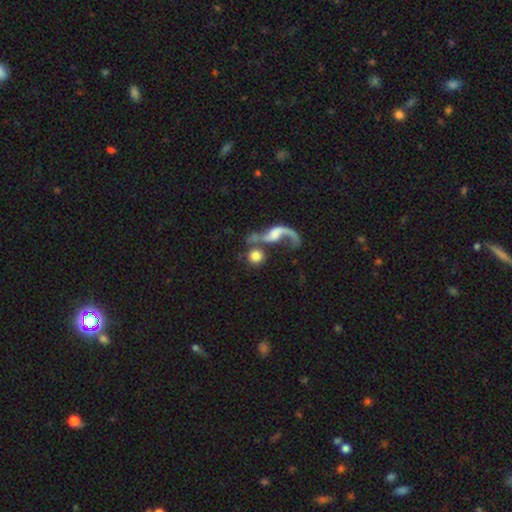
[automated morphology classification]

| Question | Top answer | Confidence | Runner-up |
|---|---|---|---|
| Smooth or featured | smooth | 65% | featured or disk (27%) |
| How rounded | round | 88% | in between (9%) |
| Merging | none | 45% | merger (35%) |